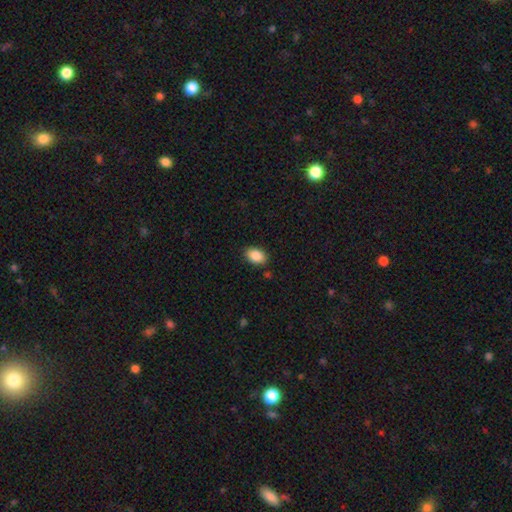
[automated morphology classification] type=smooth (87%); roundness=in between (86%); merging=none (87%).